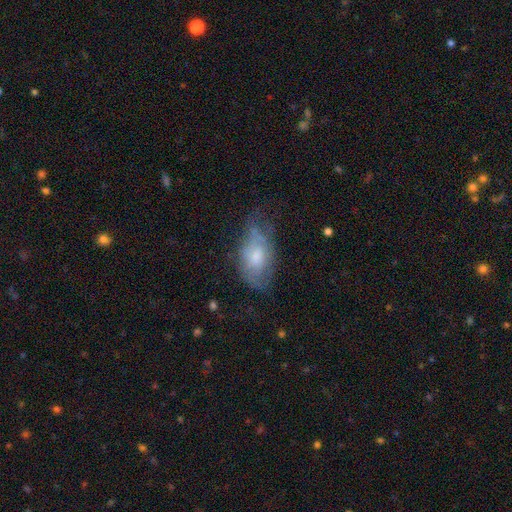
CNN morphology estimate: Smooth or featured?
  - smooth: 53% *
  - featured or disk: 40%
  - star or artifact: 8%
How rounded?
  - in between: 91% *
  - round: 5%
  - cigar-shaped: 4%
Merging?
  - none: 40% *
  - minor disturbance: 36%
  - major disturbance: 22%
  - merger: 2%